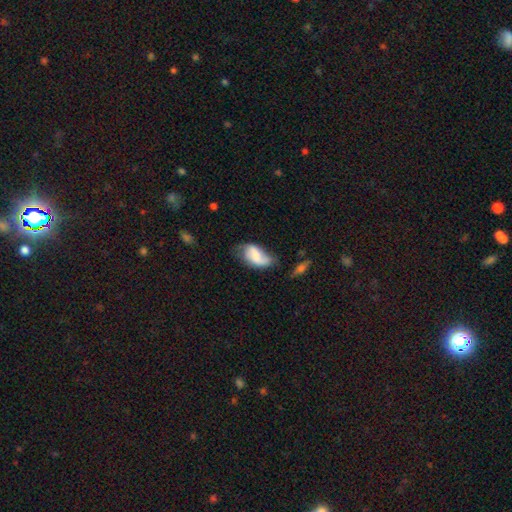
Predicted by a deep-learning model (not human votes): Smooth or featured? Predicted: smooth (p=0.48). Merging? Predicted: none (p=0.42).